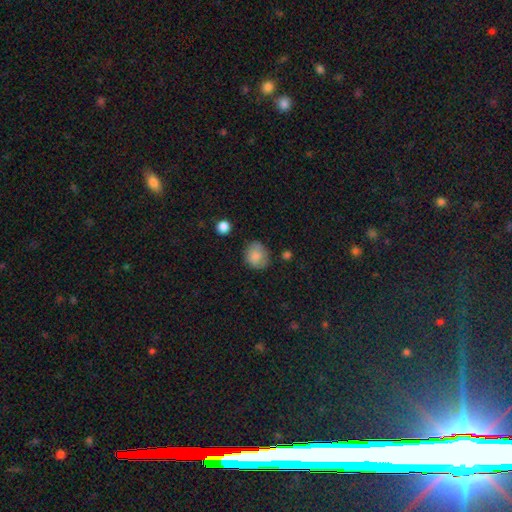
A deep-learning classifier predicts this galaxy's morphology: smooth 82%, featured or disk 10%, star or artifact 8%. Down the decision tree: how rounded — round (70%); merging — none (72%).